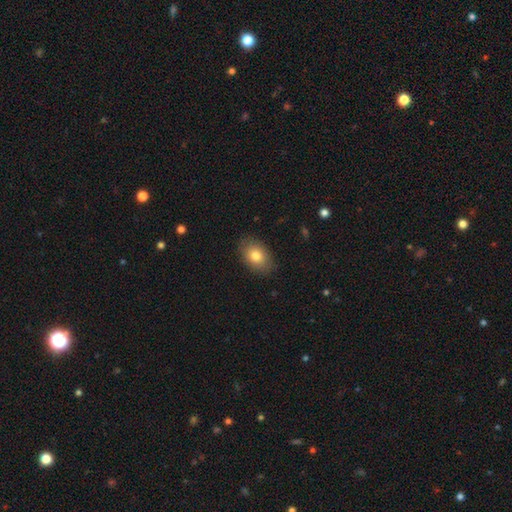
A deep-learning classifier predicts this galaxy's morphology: Overall: smooth (81%). How rounded: in between (85%). Merging: none (85%).